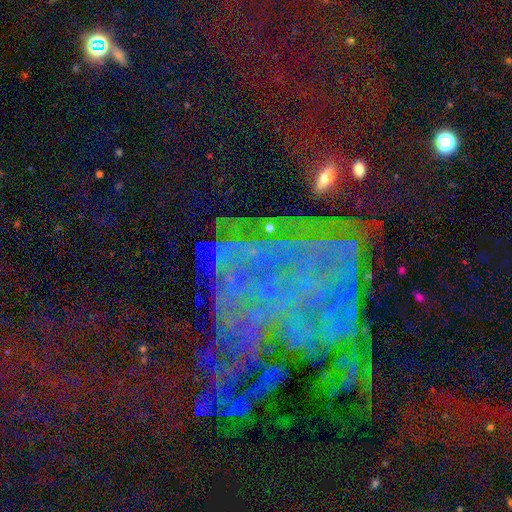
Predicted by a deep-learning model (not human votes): The model was most divided on "smooth or featured": star or artifact: 56%, featured or disk: 29%, smooth: 15%.